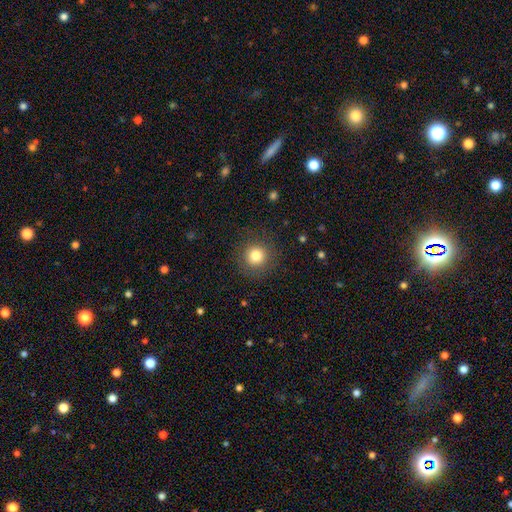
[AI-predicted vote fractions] Morphology: type=smooth (81%); roundness=round (94%); merging=none (88%).